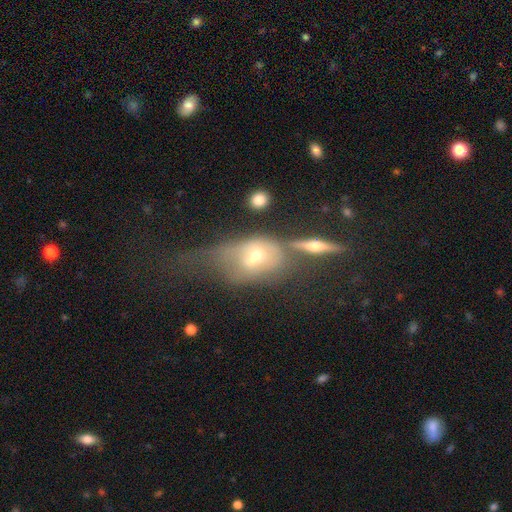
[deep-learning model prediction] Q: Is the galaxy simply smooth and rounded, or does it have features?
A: featured or disk — 45%.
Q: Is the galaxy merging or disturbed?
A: merger — 36%.